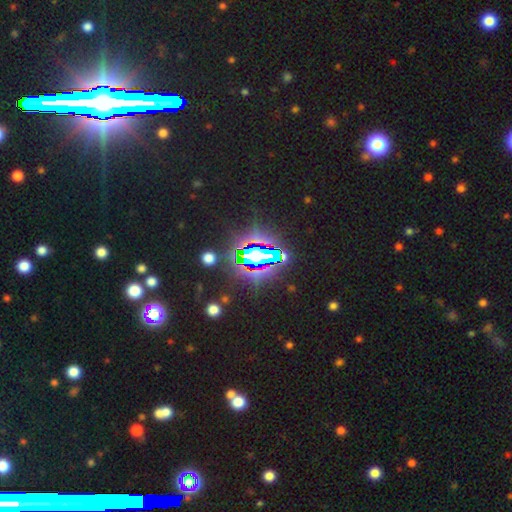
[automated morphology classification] Smooth or featured? star or artifact (72%)